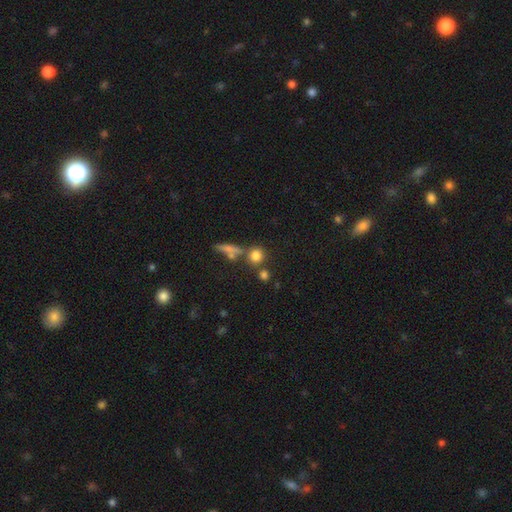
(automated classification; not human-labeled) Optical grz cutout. It shows a smooth galaxy with no disk features (78%) that is round (86%). Merging: none (68%).